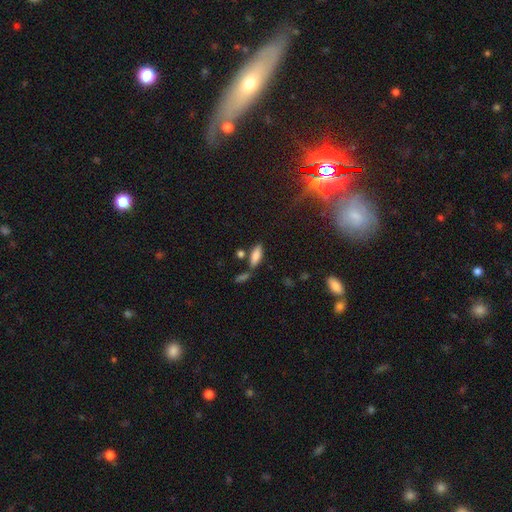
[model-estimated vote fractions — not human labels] This is clearly a smooth galaxy (81%). How rounded: likely in between (71%). Merging: likely none (66%).